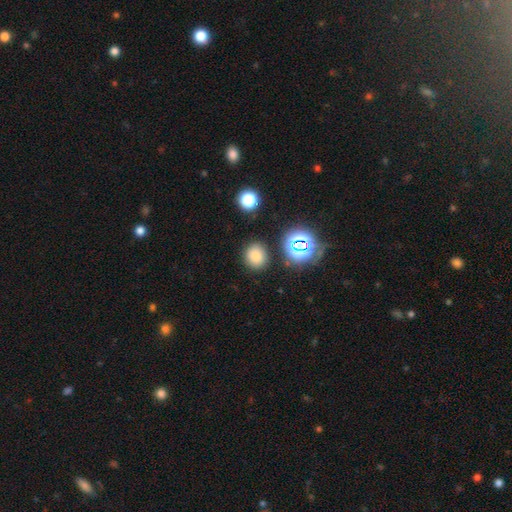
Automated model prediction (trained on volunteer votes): Smooth or featured? smooth (75%)
How rounded? round (77%)
Merging? none (84%)